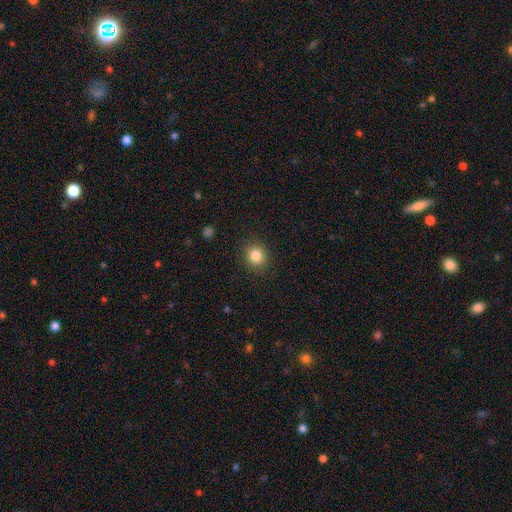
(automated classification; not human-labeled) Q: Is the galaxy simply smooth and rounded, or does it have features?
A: smooth — 84%.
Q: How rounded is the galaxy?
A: round — 82%.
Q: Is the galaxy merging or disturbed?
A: none — 89%.